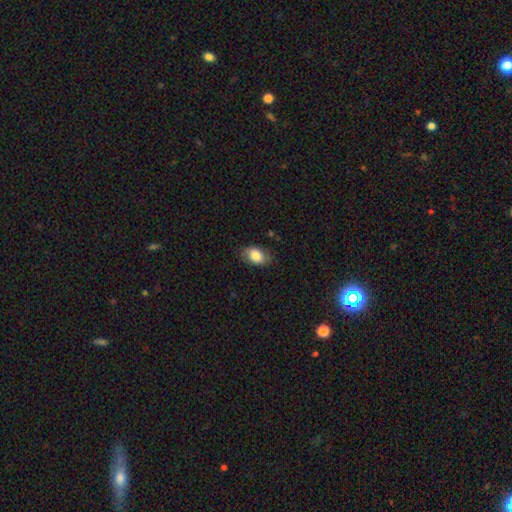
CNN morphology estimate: smooth-or-featured: smooth: 81% | featured or disk: 11% | star or artifact: 7%
  how-rounded: in between: 88% | round: 11% | cigar-shaped: 1%
  merging: none: 79% | minor disturbance: 17% | major disturbance: 4% | merger: 1%